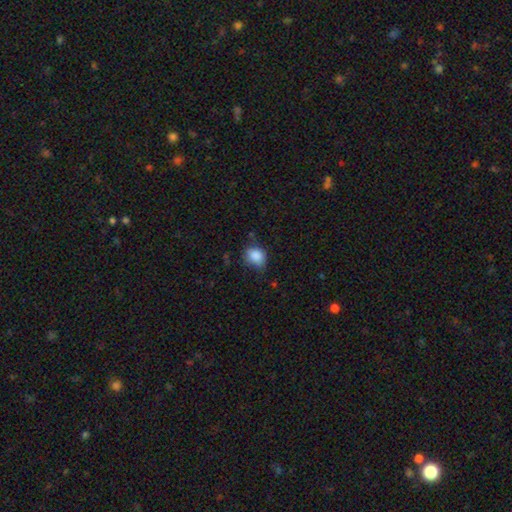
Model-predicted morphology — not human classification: A smooth galaxy with no disk features (86%) that is in between round and cigar-shaped (50%).

Vote fractions:
- Smooth or featured? smooth: 86% / star or artifact: 9% / featured or disk: 5%
- How rounded? in between: 50% / round: 49% / cigar-shaped: 1%
- Merging? none: 60% / minor disturbance: 30% / major disturbance: 7% / merger: 2%